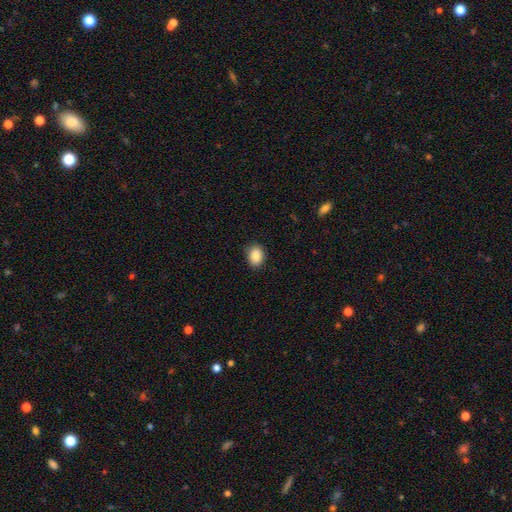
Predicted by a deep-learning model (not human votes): Morphology: type=smooth (87%); roundness=in between (56%); merging=none (86%).